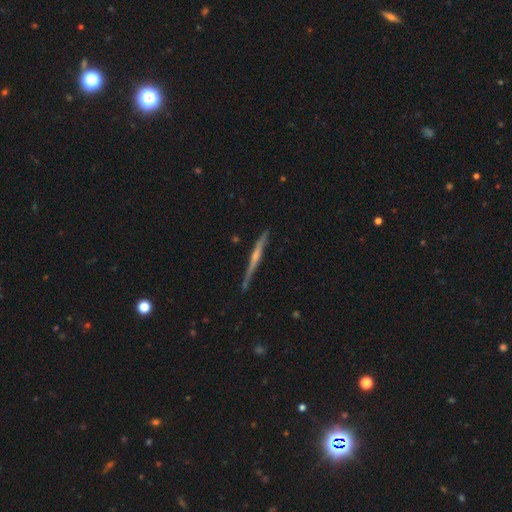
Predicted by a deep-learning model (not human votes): Morphology: type=featured or disk (70%); edge-on=yes (98%); edge-on bulge=rounded (56%); merging=none (84%).